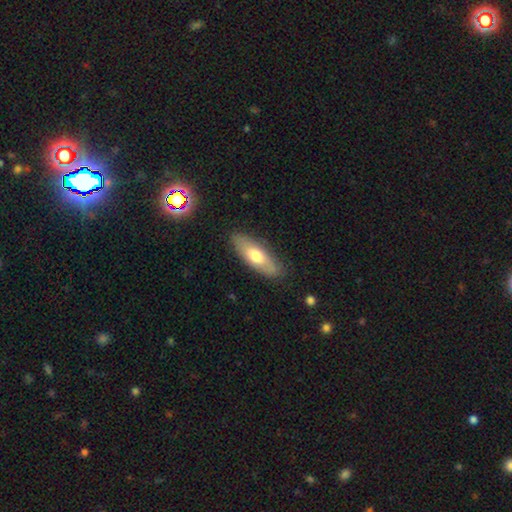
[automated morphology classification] Smooth or featured: smooth — 63% (featured or disk — 31%)
How rounded: in between — 66% (cigar-shaped — 32%)
Merging: none — 83% (minor disturbance — 13%)